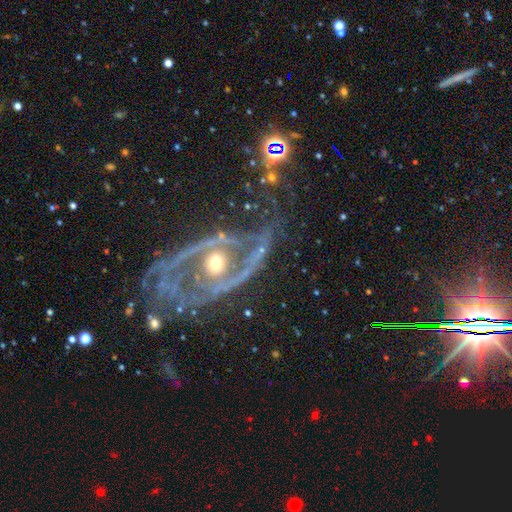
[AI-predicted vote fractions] Smooth or featured? featured or disk (87%)
Edge-on disk? no (93%)
Bar? no (56%)
Spiral arms? yes (88%)
Spiral winding? medium (47%)
Spiral arm count? 2 (70%)
Bulge size? moderate (65%)
Merging? none (48%)